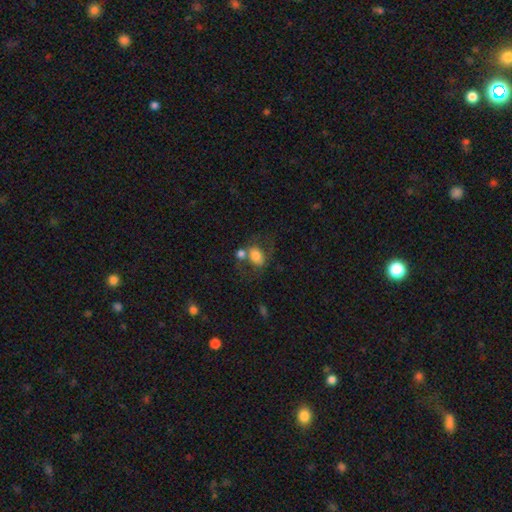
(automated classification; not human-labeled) This is likely a smooth galaxy (69%). How rounded: likely in between (70%). Merging: marginally none (36%).